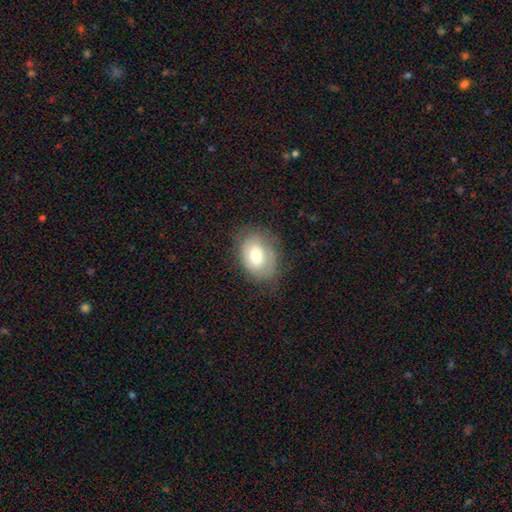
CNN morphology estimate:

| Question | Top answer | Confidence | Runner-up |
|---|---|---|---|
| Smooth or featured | smooth | 65% | featured or disk (26%) |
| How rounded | in between | 73% | round (26%) |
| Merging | none | 66% | minor disturbance (23%) |